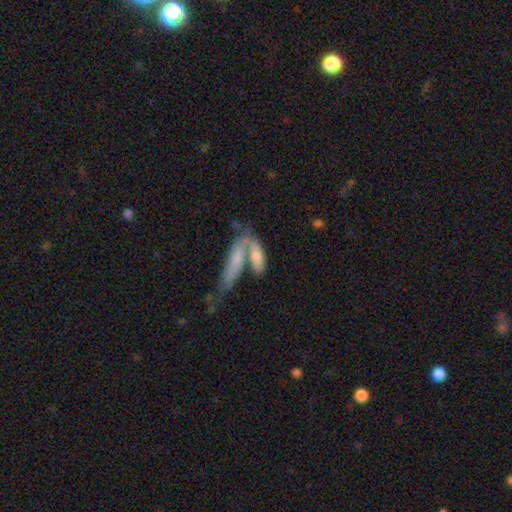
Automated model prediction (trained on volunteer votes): The model was most divided on "how rounded": cigar-shaped: 56%, in between: 41%, round: 3%. More confident: smooth or featured — smooth (62%); merging — merger (53%).